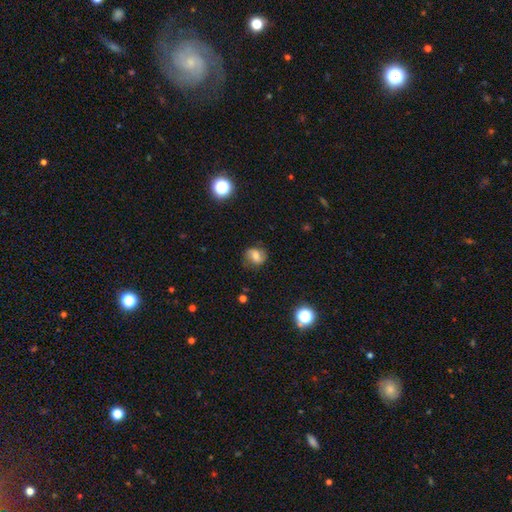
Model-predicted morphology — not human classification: This appears to be a smooth galaxy with no disk features (59%) that is round (62%). Merging: none (75%).